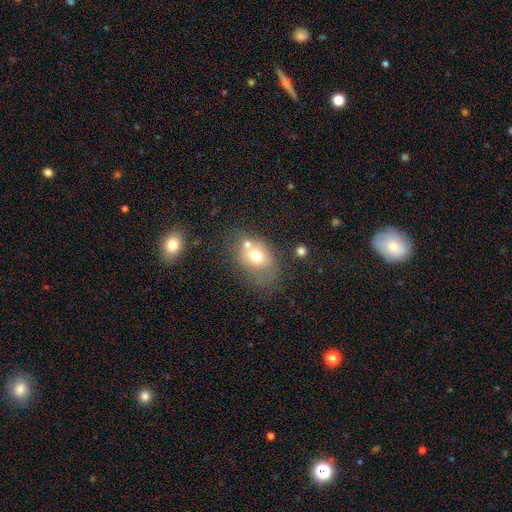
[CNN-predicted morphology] This is likely a smooth galaxy (65%). How rounded: likely in between (62%). Merging: marginally none (43%).